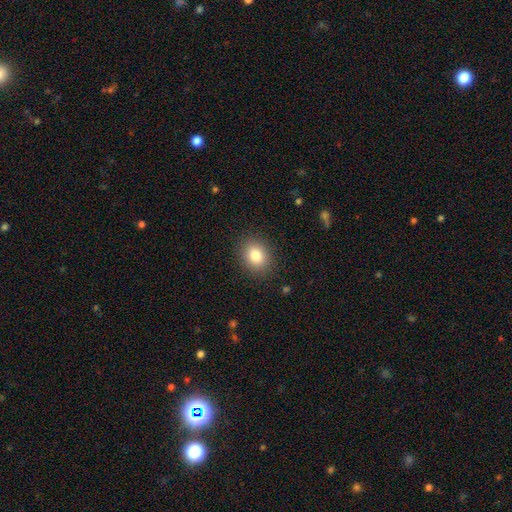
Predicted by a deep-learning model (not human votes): Smooth or featured?
  - smooth: 82% *
  - star or artifact: 10%
  - featured or disk: 8%
How rounded?
  - round: 61% *
  - in between: 38%
  - cigar-shaped: 1%
Merging?
  - none: 89% *
  - minor disturbance: 8%
  - major disturbance: 3%
  - merger: 1%